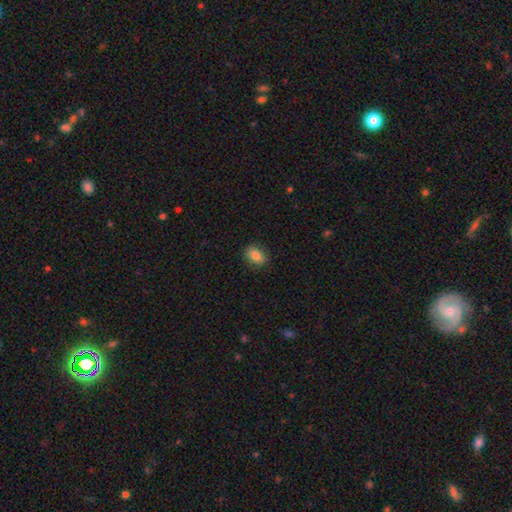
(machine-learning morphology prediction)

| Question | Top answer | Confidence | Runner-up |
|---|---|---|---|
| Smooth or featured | smooth | 81% | featured or disk (10%) |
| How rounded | in between | 72% | round (25%) |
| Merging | none | 85% | minor disturbance (12%) |